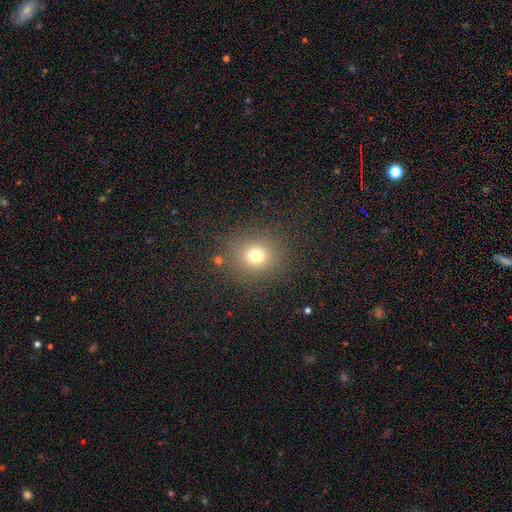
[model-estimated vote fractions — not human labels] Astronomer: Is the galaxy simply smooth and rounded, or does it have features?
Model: smooth — 73%.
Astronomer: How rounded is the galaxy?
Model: round — 86%.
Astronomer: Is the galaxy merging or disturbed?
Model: none — 85%.